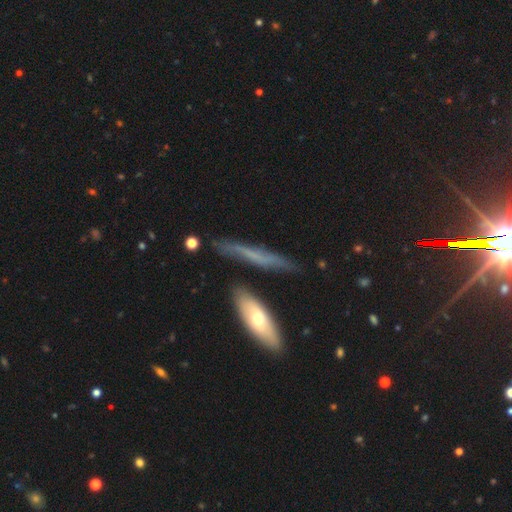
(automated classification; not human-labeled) This appears to be a featured or disk galaxy (46%). Merging: none (72%).